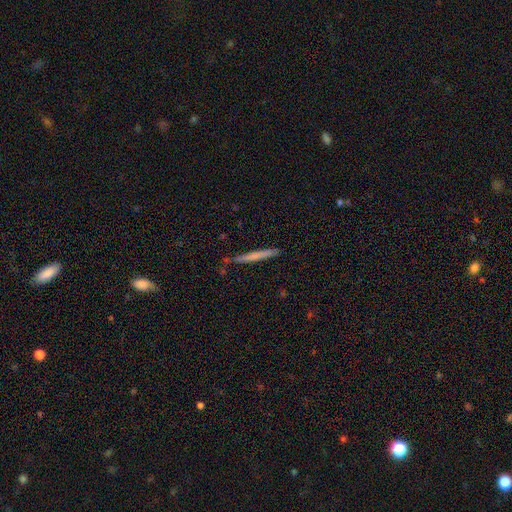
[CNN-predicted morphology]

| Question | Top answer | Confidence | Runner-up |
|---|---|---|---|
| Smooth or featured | smooth | 61% | featured or disk (33%) |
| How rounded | cigar-shaped | 97% | in between (2%) |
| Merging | none | 86% | minor disturbance (10%) |